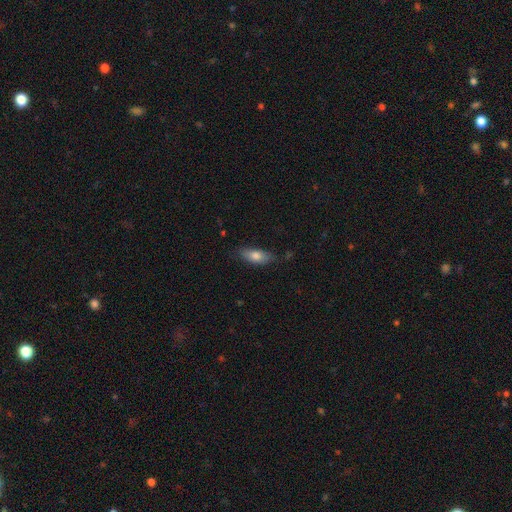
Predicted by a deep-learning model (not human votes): smooth-or-featured: smooth: 78% | featured or disk: 15% | star or artifact: 7%
  how-rounded: in between: 77% | cigar-shaped: 20% | round: 3%
  merging: none: 76% | minor disturbance: 19% | major disturbance: 4% | merger: 2%